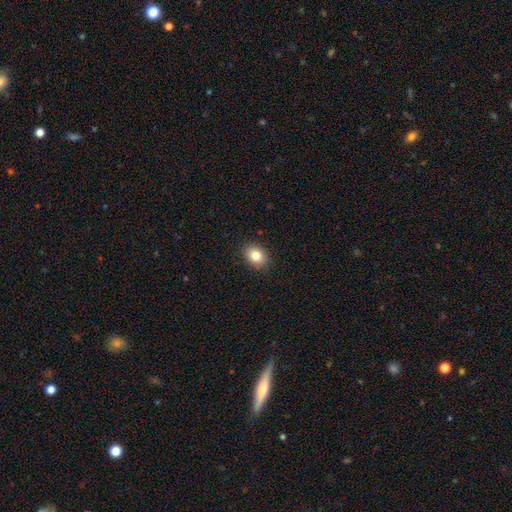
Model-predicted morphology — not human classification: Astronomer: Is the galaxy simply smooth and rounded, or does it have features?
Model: smooth — 82%.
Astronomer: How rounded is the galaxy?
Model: in between — 56% (runner-up: round, 43%).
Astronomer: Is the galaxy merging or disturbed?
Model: none — 88%.